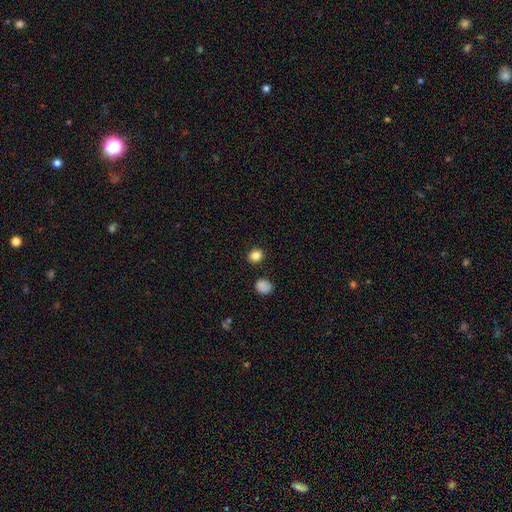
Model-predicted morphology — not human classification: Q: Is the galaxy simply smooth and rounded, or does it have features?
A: smooth — 85%.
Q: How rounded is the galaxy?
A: round — 77%.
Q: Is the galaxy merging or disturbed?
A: none — 89%.